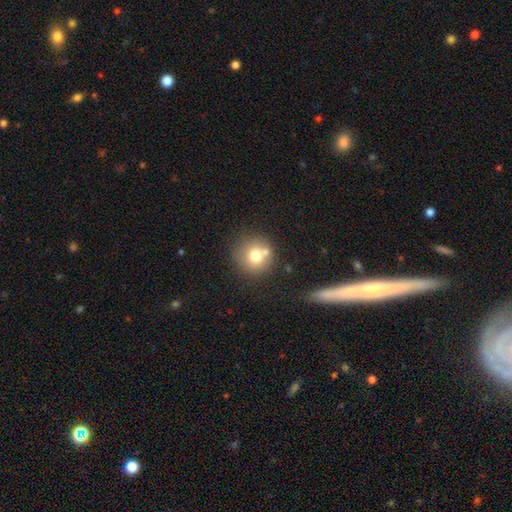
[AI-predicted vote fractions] Smooth or featured? smooth (72%)
How rounded? round (92%)
Merging? none (66%)